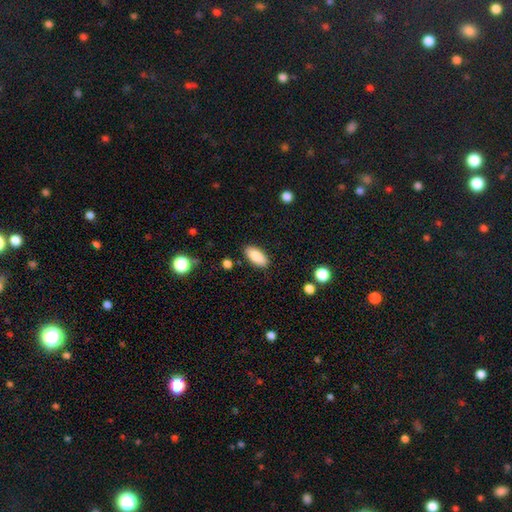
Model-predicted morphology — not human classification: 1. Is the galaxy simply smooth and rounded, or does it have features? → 84% smooth, 9% featured or disk, 7% star or artifact.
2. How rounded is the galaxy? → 88% in between, 9% cigar-shaped, 3% round.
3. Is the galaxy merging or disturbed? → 86% none, 10% minor disturbance, 2% major disturbance, 2% merger.